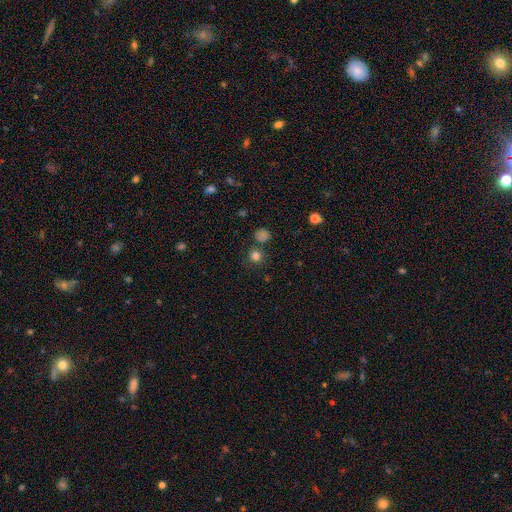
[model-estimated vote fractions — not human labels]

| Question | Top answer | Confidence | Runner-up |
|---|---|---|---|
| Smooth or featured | smooth | 79% | star or artifact (16%) |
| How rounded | round | 91% | in between (8%) |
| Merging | none | 78% | merger (11%) |